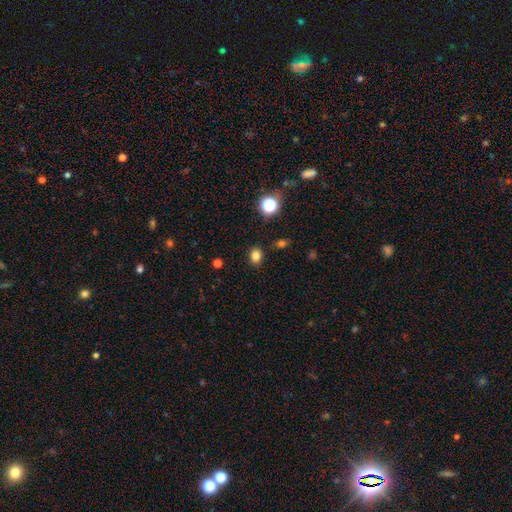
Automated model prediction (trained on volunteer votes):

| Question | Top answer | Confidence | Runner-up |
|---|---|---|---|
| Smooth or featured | smooth | 80% | star or artifact (14%) |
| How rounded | in between | 50% | round (49%) |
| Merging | none | 86% | minor disturbance (9%) |